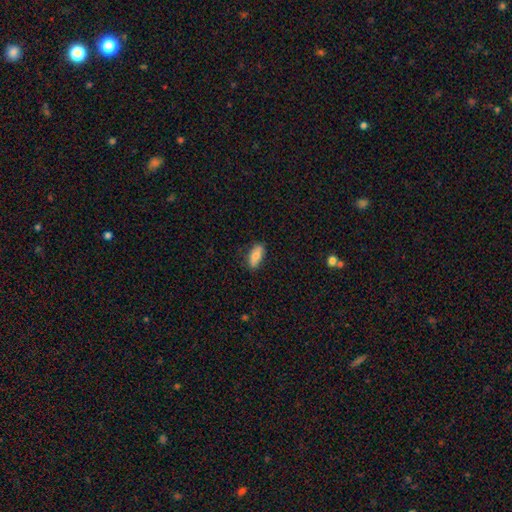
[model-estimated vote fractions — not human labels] Smooth or featured? smooth (77%)
How rounded? in between (84%)
Merging? none (82%)